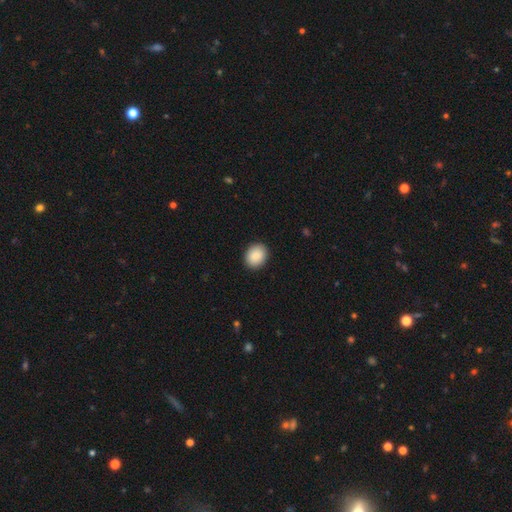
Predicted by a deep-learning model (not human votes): A smooth galaxy with no disk features (90%) that is round (56%).

Vote fractions:
- Smooth or featured? smooth: 90% / star or artifact: 7% / featured or disk: 3%
- How rounded? round: 56% / in between: 43% / cigar-shaped: 1%
- Merging? none: 91% / minor disturbance: 6% / major disturbance: 2% / merger: 1%